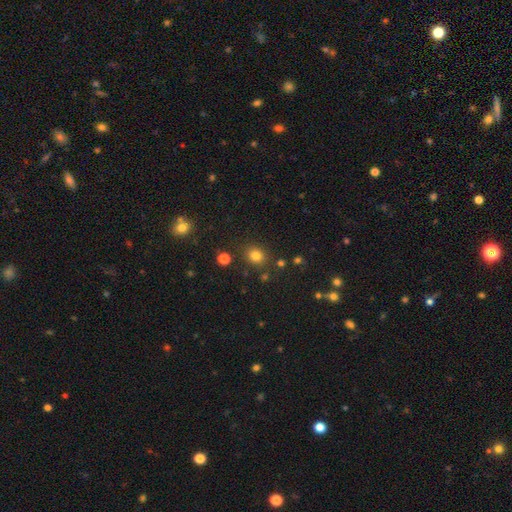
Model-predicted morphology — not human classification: Smooth or featured? smooth (80%)
How rounded? round (72%)
Merging? none (82%)